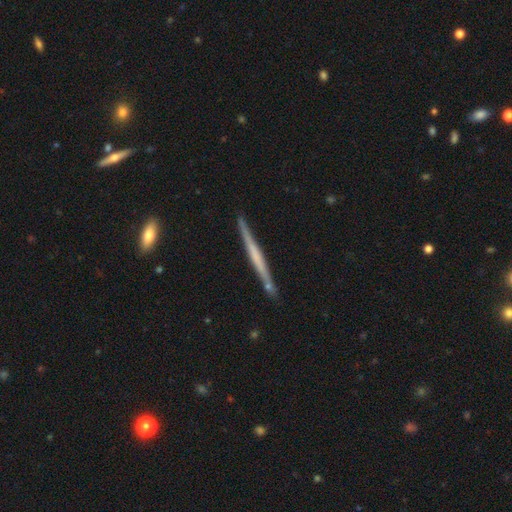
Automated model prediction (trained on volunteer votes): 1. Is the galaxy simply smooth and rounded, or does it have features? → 61% featured or disk, 34% smooth, 5% star or artifact.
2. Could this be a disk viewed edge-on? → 97% yes, 3% no.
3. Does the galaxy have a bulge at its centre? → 73% none, 14% rounded, 12% boxy.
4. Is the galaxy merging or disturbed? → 86% none, 10% minor disturbance, 3% merger, 2% major disturbance.